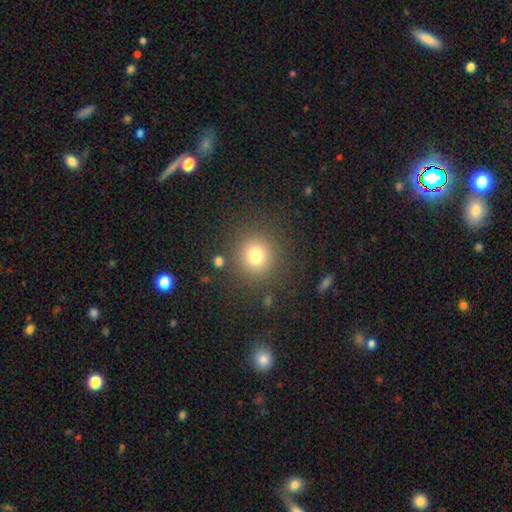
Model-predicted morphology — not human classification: smooth-or-featured: smooth: 76% | star or artifact: 15% | featured or disk: 9%
  how-rounded: round: 92% | in between: 7% | cigar-shaped: 1%
  merging: none: 87% | minor disturbance: 7% | major disturbance: 4% | merger: 3%